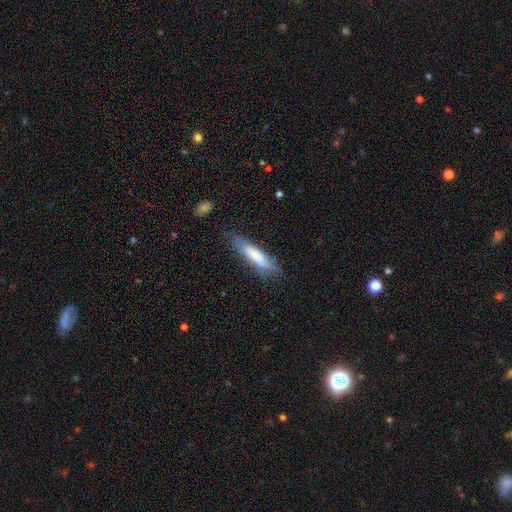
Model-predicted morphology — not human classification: Smooth or featured? smooth (63%)
How rounded? cigar-shaped (71%)
Merging? none (69%)